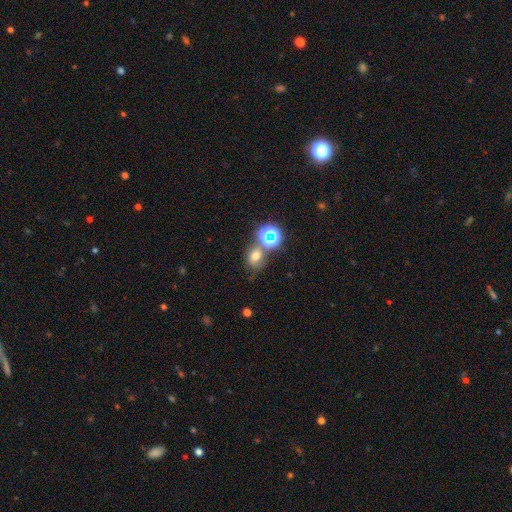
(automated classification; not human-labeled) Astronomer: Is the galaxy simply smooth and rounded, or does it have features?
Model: smooth — 61%.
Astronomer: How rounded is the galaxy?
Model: round — 57% (runner-up: in between, 42%).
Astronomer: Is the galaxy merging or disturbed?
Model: none — 56%.